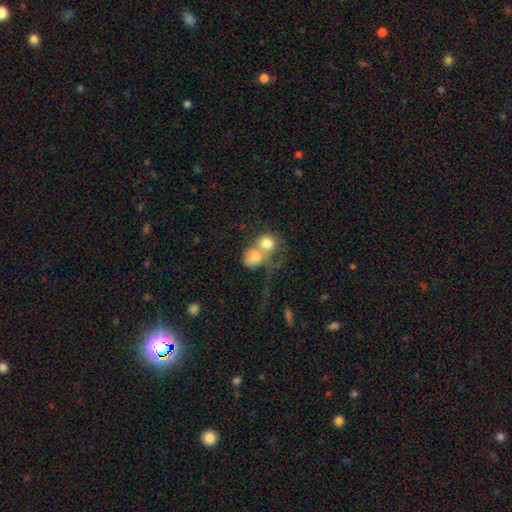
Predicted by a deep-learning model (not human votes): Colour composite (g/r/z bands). It shows a smooth galaxy with no disk features (45%). Merging: merger (47%).